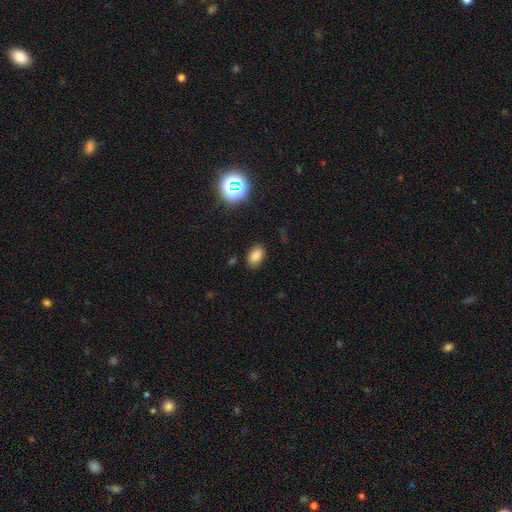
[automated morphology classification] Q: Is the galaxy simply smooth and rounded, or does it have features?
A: smooth — 80%.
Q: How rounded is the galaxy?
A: in between — 84%.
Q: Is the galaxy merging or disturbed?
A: none — 85%.